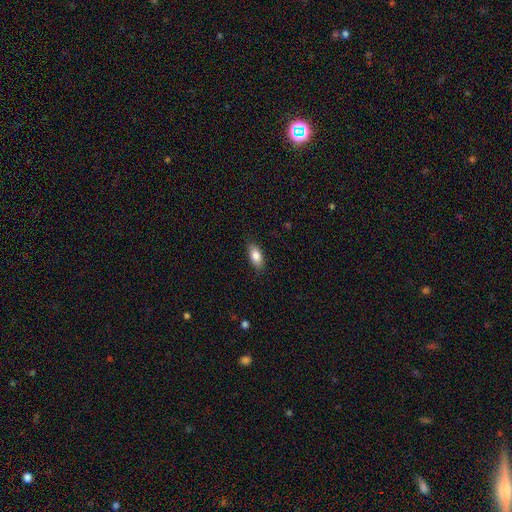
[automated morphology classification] Overall: smooth (84%). How rounded: in between (88%). Merging: none (85%).